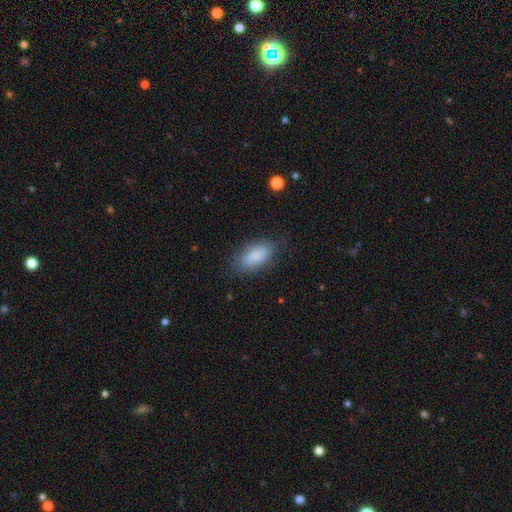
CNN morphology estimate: Q: Smooth or featured?
A: smooth (86%); runner-up: featured or disk (7%)
Q: How rounded?
A: in between (88%); runner-up: cigar-shaped (9%)
Q: Merging?
A: none (77%); runner-up: minor disturbance (16%)